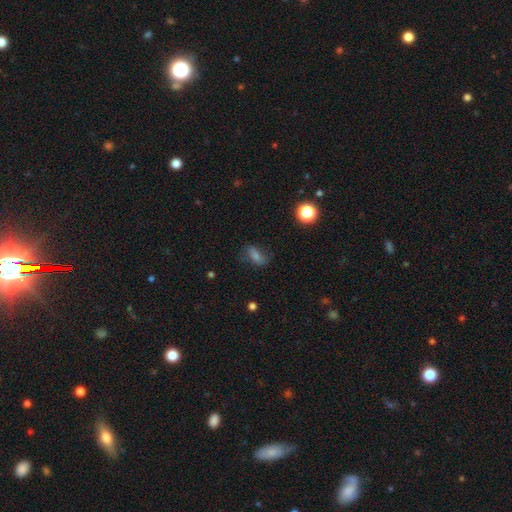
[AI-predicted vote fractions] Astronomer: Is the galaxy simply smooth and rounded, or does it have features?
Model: smooth — 66%.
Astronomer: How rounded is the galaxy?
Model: in between — 80%.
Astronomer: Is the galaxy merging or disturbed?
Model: none — 61%.